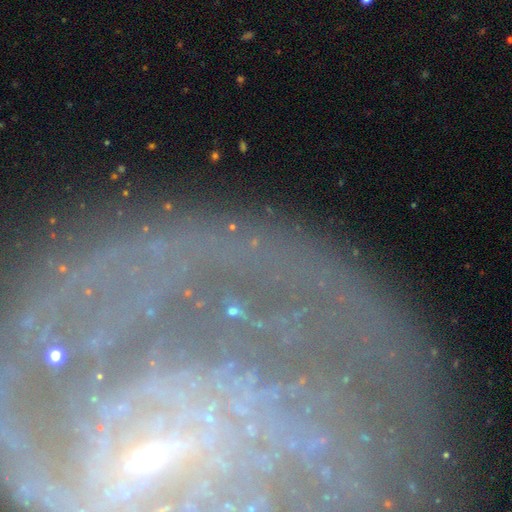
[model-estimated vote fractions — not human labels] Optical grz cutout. It shows a featured or disk galaxy (67%) with no bar (39%), spiral arms (69%) and a small central bulge (53%). Merging: none (68%).